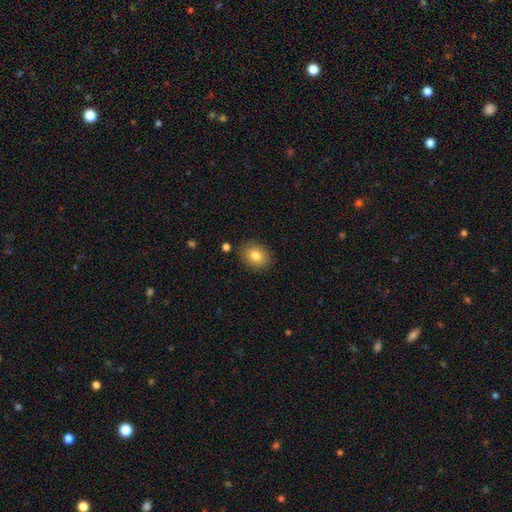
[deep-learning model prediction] This appears to be a smooth galaxy with no disk features (81%) that is in between round and cigar-shaped (52%). Merging: none (87%).